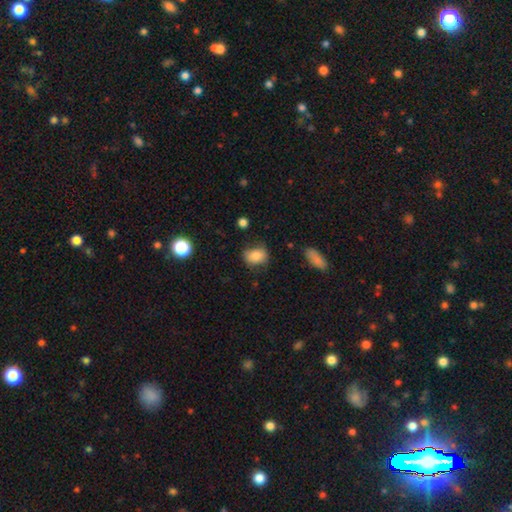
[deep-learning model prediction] This is clearly a smooth galaxy (81%). How rounded: possibly in between (57%). Merging: likely none (65%).